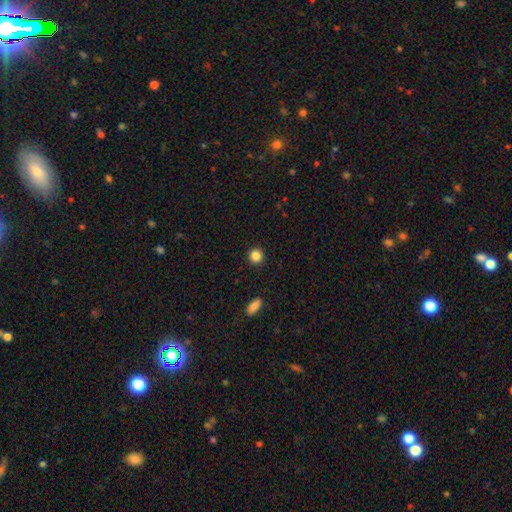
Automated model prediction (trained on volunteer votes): Q: Smooth or featured?
A: smooth (85%); runner-up: star or artifact (11%)
Q: How rounded?
A: round (93%); runner-up: in between (6%)
Q: Merging?
A: none (92%); runner-up: minor disturbance (5%)